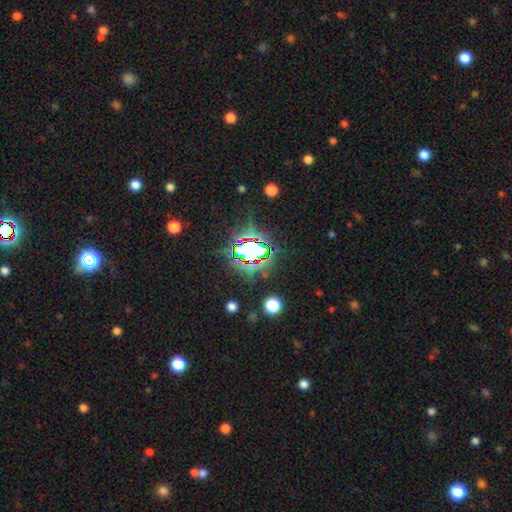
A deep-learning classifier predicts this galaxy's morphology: A star or artifact, not a galaxy (80%).